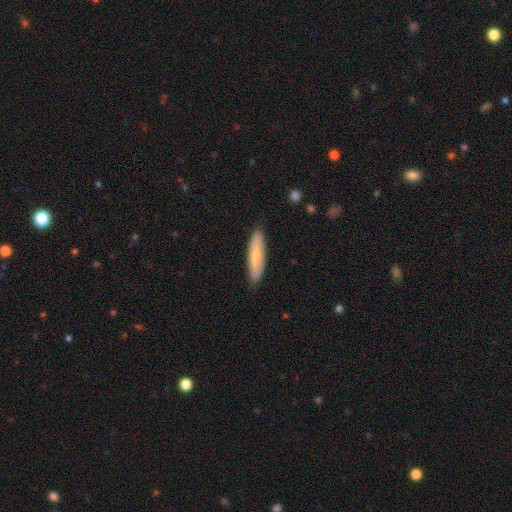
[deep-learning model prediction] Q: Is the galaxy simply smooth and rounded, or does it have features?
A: smooth — 67%.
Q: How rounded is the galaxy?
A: cigar-shaped — 73%.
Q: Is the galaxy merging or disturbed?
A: none — 86%.